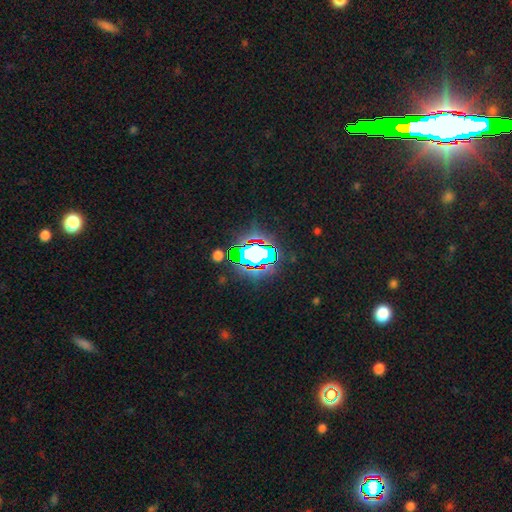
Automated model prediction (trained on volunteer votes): smooth_or_featured: star or artifact (p=0.58) [alt: smooth p=0.23]